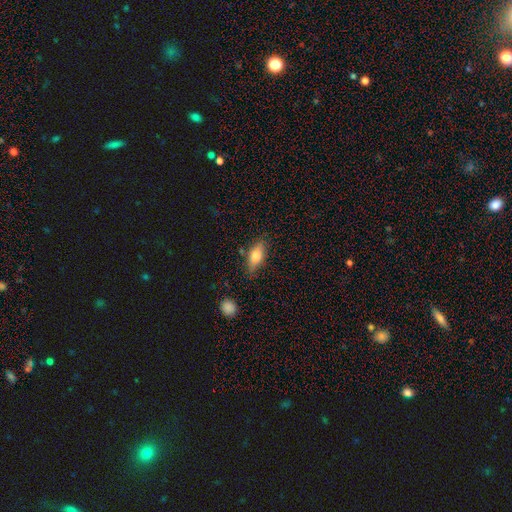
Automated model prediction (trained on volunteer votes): This appears to be a smooth galaxy with no disk features (71%) that is in between round and cigar-shaped (75%). Merging: none (77%).